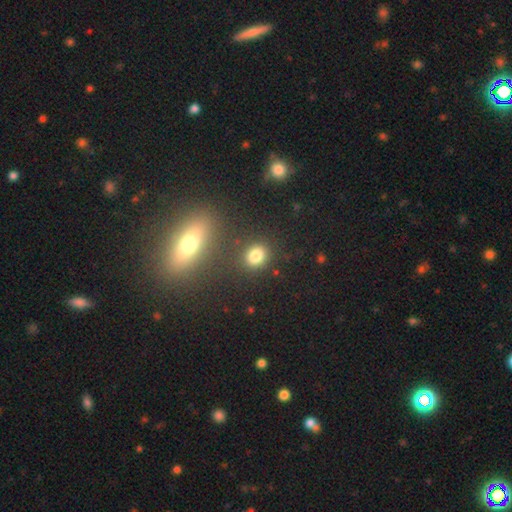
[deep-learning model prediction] Overall: smooth (81%). How rounded: round (57%; in between 41%). Merging: none (82%).